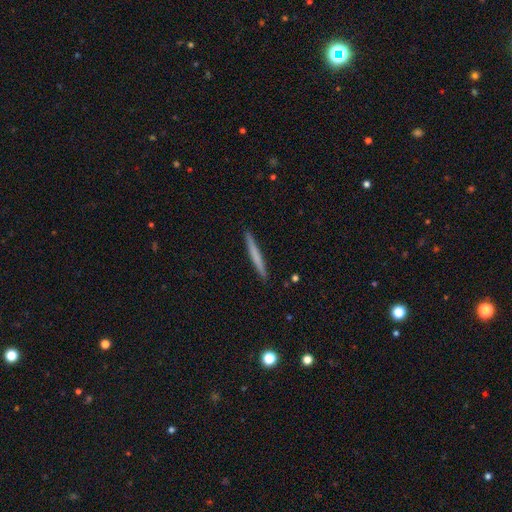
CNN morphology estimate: The model was most divided on "smooth or featured": smooth: 64%, featured or disk: 30%, star or artifact: 5%. More confident: how rounded — cigar-shaped (97%); merging — none (92%).